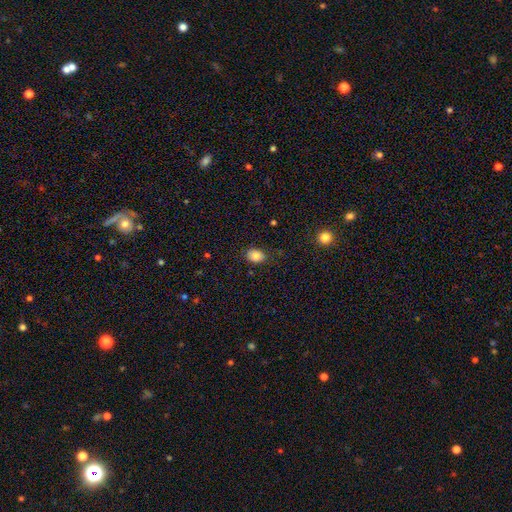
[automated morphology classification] smooth 84%, star or artifact 9%, featured or disk 7%. Down the decision tree: how rounded — in between (68%); merging — none (80%).